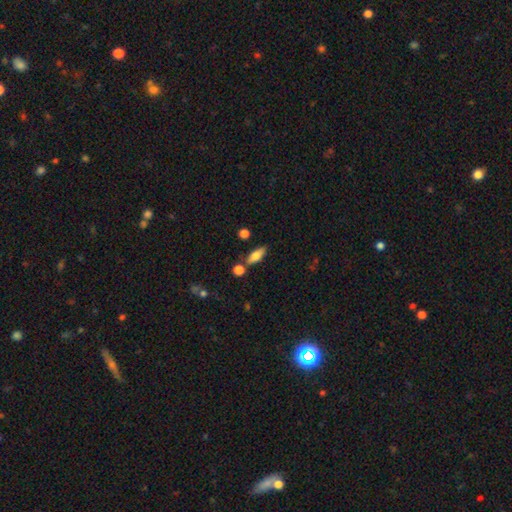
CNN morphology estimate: smooth_or_featured: smooth (p=0.70) [alt: featured or disk p=0.22]
how_rounded: in between (p=0.71) [alt: cigar-shaped p=0.25]
merging: none (p=0.74) [alt: minor disturbance p=0.13]